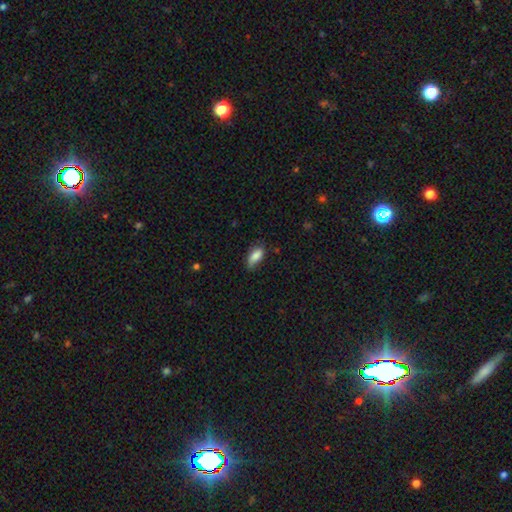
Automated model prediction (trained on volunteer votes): This appears to be a smooth galaxy with no disk features (82%) that is in between round and cigar-shaped (87%). Merging: none (56%).